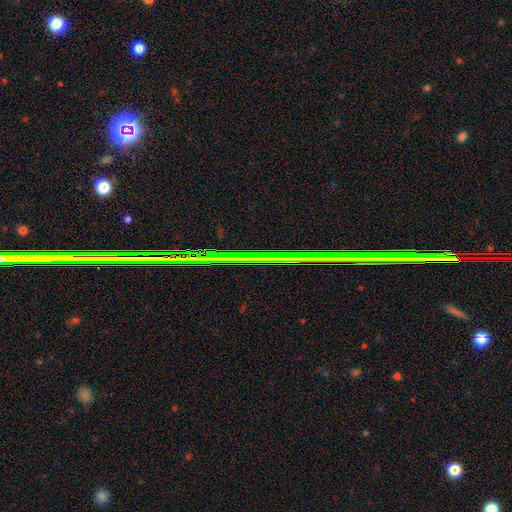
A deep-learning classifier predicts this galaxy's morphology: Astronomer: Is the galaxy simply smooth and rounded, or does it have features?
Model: star or artifact — 79%.